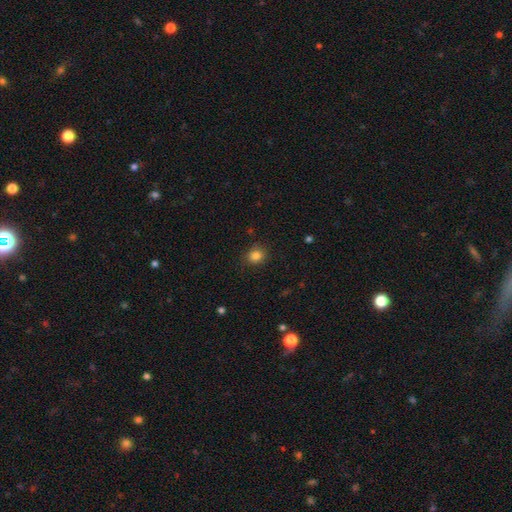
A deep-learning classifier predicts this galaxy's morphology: Overall: smooth (84%). How rounded: round (73%). Merging: none (86%).